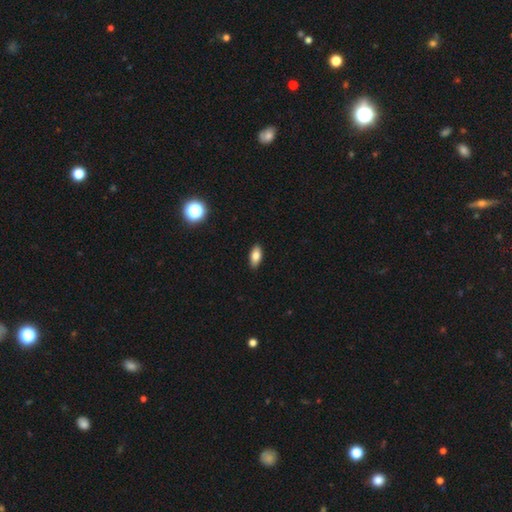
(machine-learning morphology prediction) This appears to be a smooth galaxy with no disk features (81%) that is in between round and cigar-shaped (87%). Merging: none (90%).